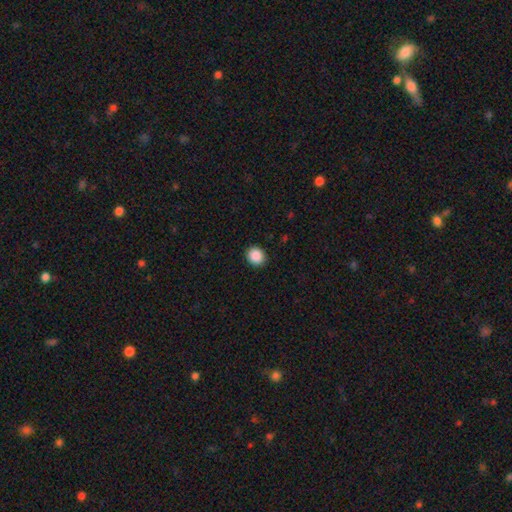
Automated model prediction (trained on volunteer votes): Overall: smooth (89%). How rounded: round (78%). Merging: none (91%).